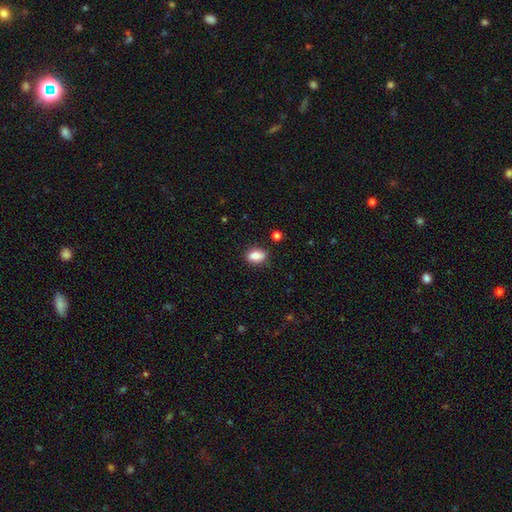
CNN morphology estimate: This appears to be a smooth galaxy with no disk features (86%) that is in between round and cigar-shaped (80%). Merging: none (78%).